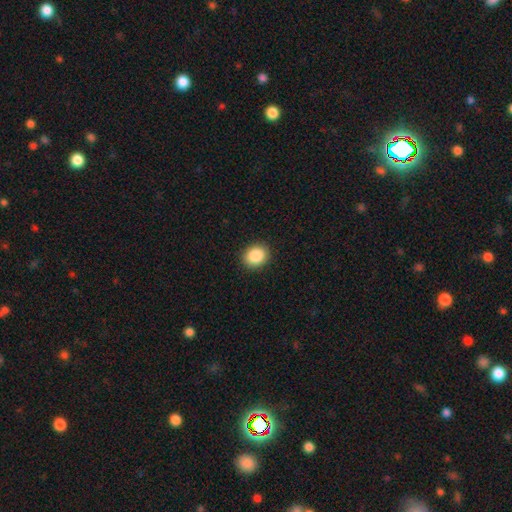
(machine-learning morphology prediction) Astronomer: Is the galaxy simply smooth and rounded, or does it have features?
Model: smooth — 88%.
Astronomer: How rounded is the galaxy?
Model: round — 62%.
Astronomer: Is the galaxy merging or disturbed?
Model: none — 91%.